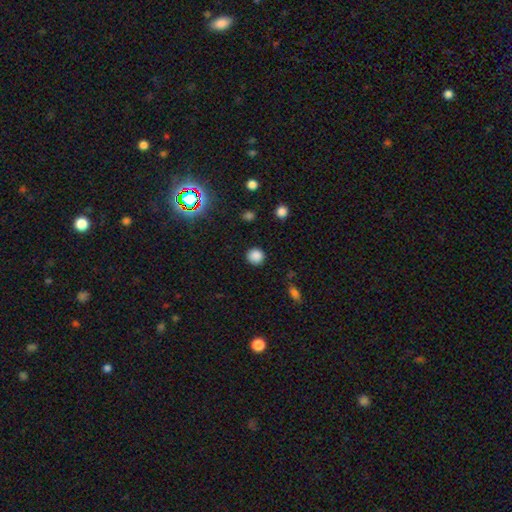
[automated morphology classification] type=smooth (84%); roundness=round (92%); merging=none (89%).